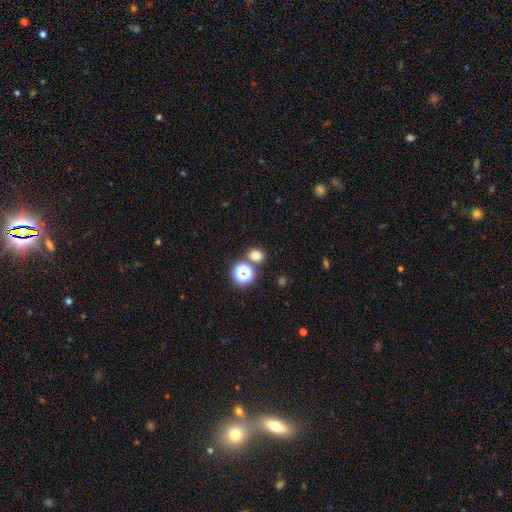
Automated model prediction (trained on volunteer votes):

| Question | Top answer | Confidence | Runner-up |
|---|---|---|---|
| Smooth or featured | smooth | 73% | star or artifact (21%) |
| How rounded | round | 65% | in between (34%) |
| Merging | none | 75% | merger (14%) |